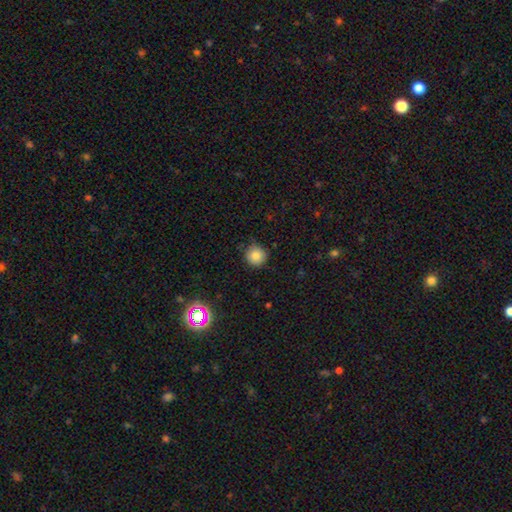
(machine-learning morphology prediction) Smooth or featured? Predicted: smooth (p=0.83). How rounded? Predicted: round (p=0.94). Merging? Predicted: none (p=0.83).